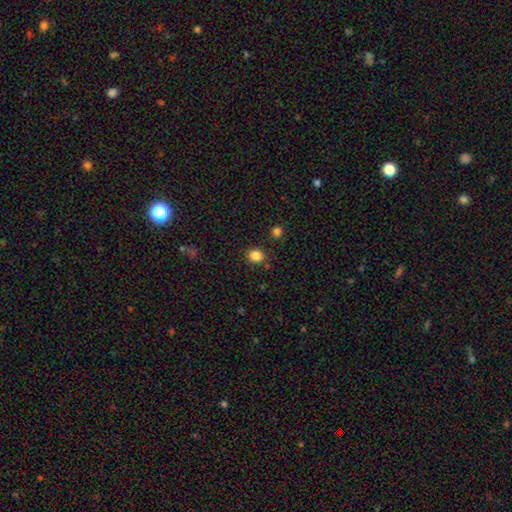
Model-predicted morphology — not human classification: smooth-or-featured: smooth: 85% | star or artifact: 11% | featured or disk: 3%
  how-rounded: round: 63% | in between: 37% | cigar-shaped: 1%
  merging: none: 84% | minor disturbance: 9% | merger: 4% | major disturbance: 3%